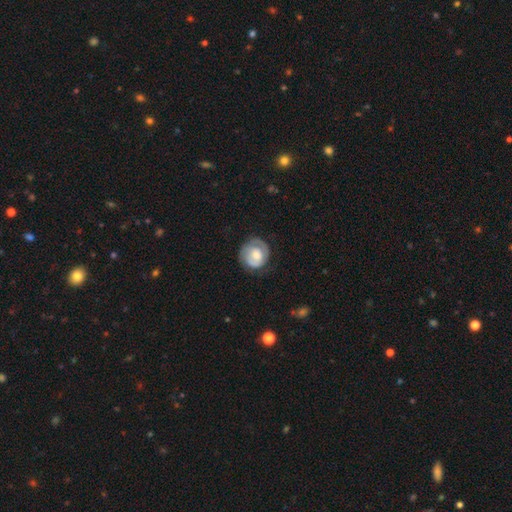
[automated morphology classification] smooth_or_featured: smooth (p=0.48) [alt: featured or disk p=0.46]
merging: none (p=0.66) [alt: minor disturbance p=0.22]